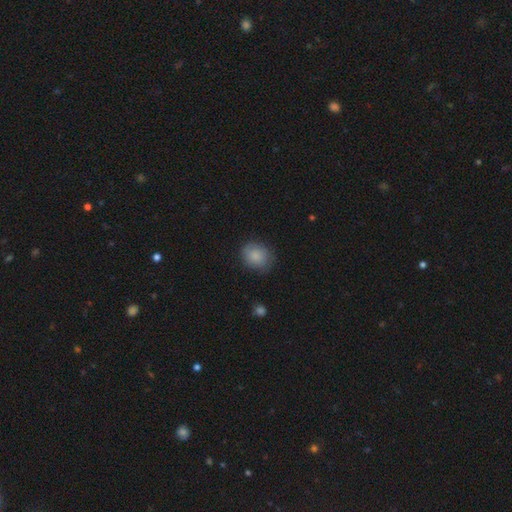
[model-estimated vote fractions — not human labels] This appears to be a smooth galaxy with no disk features (86%) that is round (59%). Merging: none (79%).